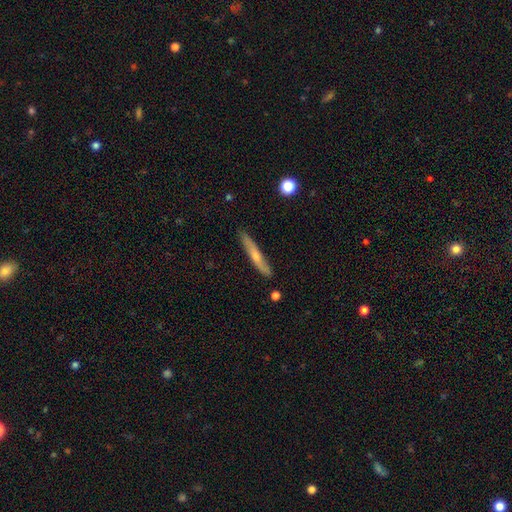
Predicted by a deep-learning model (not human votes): Morphology: type=smooth (49%); merging=none (85%).